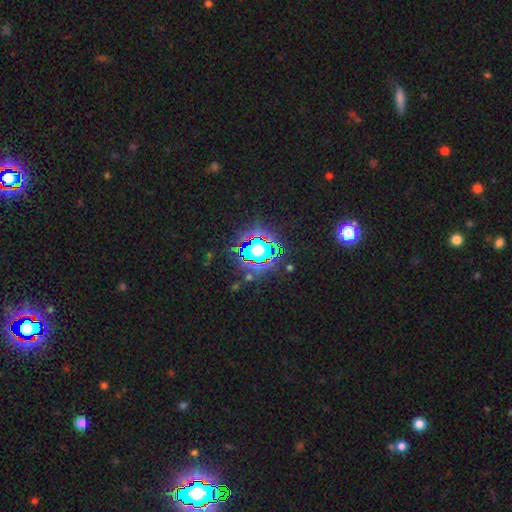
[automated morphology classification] smooth-or-featured: star or artifact: 80% | smooth: 12% | featured or disk: 8%